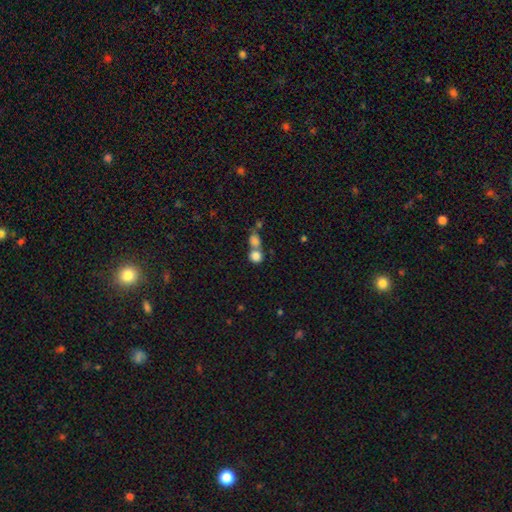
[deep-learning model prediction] The model was most divided on "merging": merger: 54%, none: 36%, minor disturbance: 7%, major disturbance: 4%. More confident: smooth or featured — smooth (82%); how rounded — round (78%).